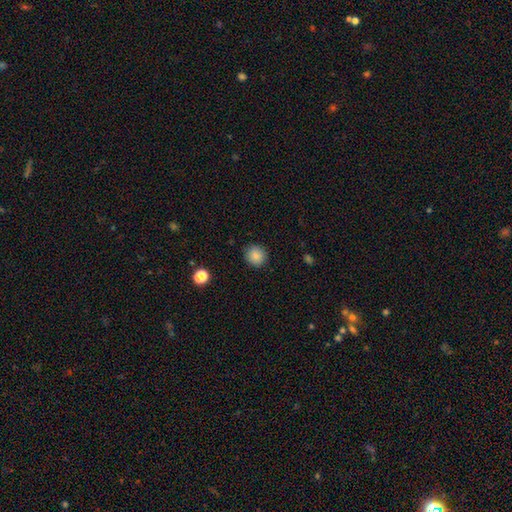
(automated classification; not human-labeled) Morphology: type=smooth (86%); roundness=round (89%); merging=none (89%).